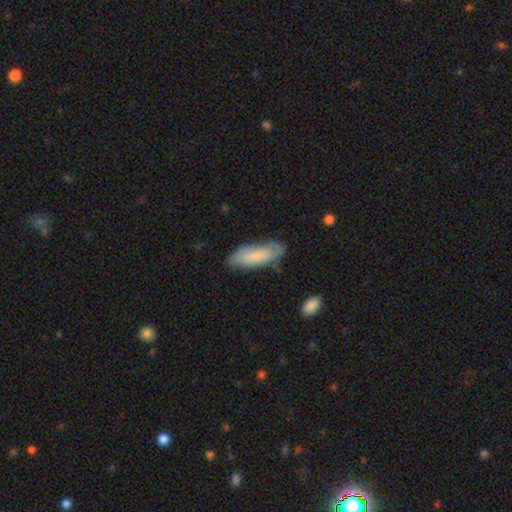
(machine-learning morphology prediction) Overall: smooth (71%). How rounded: in between (61%; cigar-shaped 37%). Merging: none (70%).